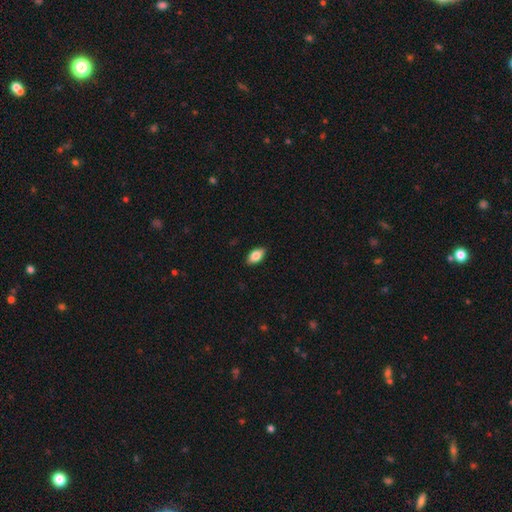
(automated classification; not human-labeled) smooth 82%, featured or disk 11%, star or artifact 7%. Down the decision tree: how rounded — in between (92%); merging — none (89%).